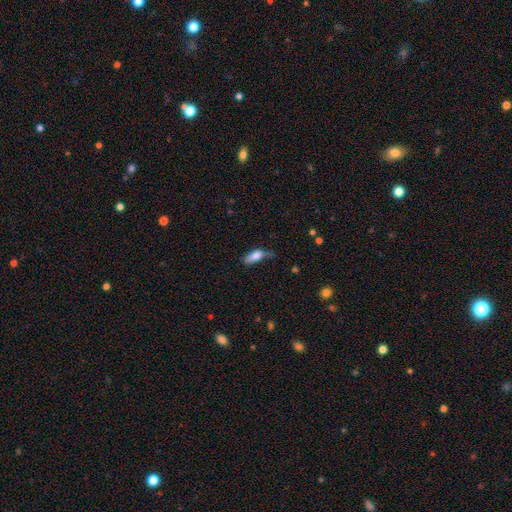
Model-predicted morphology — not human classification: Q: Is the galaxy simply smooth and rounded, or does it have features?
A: smooth — 79%.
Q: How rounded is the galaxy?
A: in between — 77%.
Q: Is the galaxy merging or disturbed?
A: minor disturbance — 38%.